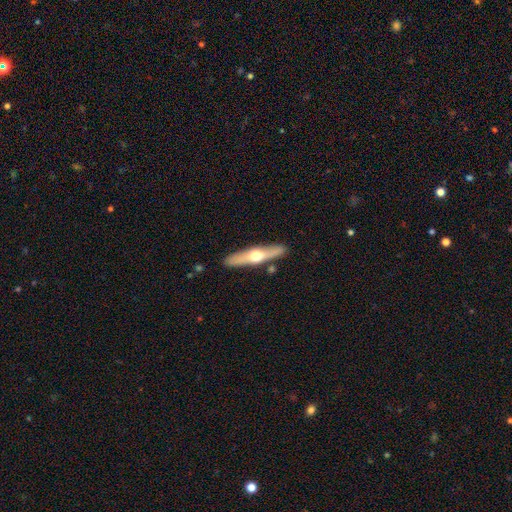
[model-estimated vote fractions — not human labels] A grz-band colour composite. It shows a featured or disk galaxy (58%) viewed edge-on (91%) with a rounded central bulge (94%). Merging: none (87%).